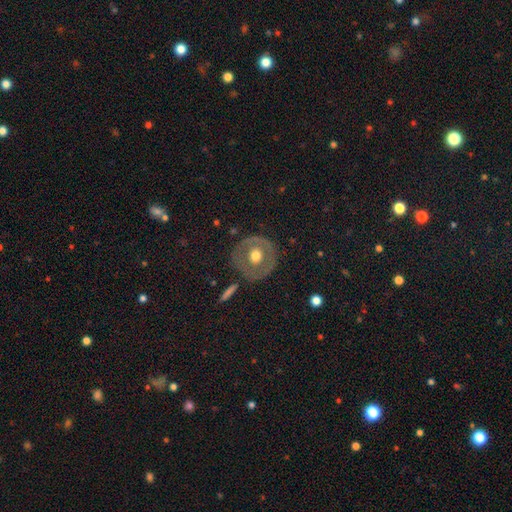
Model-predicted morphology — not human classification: A featured or disk galaxy (51%).

Vote fractions:
- Smooth or featured? featured or disk: 51% / smooth: 43% / star or artifact: 6%
- Edge-on disk? no: 94% / yes: 6%
- Merging? none: 81% / minor disturbance: 12% / major disturbance: 5% / merger: 2%